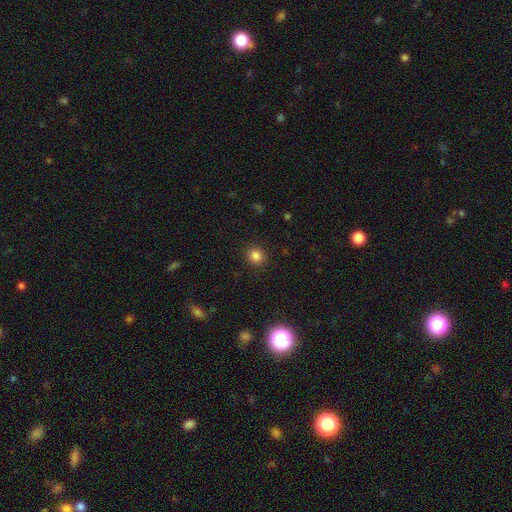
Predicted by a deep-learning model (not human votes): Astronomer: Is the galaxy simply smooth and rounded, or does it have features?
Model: smooth — 83%.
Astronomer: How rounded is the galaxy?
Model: round — 87%.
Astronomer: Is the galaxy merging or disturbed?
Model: none — 91%.